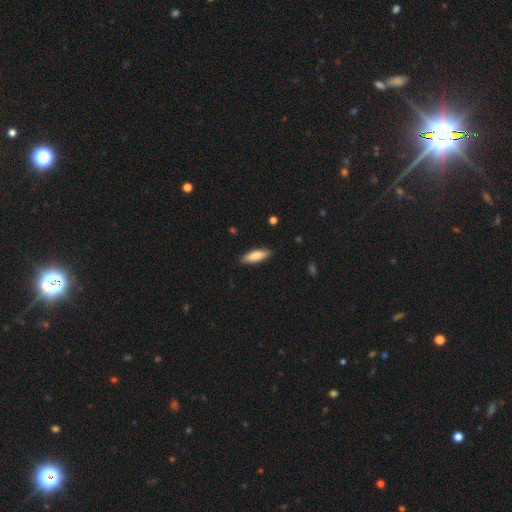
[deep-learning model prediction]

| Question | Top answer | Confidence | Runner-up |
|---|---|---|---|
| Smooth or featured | smooth | 81% | featured or disk (14%) |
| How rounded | in between | 50% | cigar-shaped (49%) |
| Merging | none | 88% | minor disturbance (9%) |